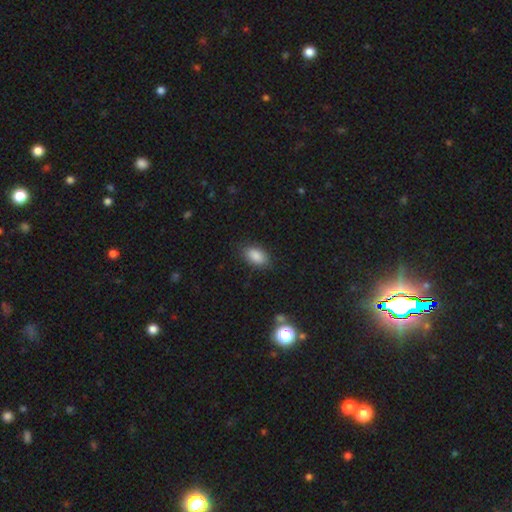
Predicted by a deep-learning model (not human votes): smooth_or_featured: smooth (p=0.87) [alt: star or artifact p=0.08]
how_rounded: in between (p=0.92) [alt: round p=0.07]
merging: none (p=0.84) [alt: minor disturbance p=0.12]